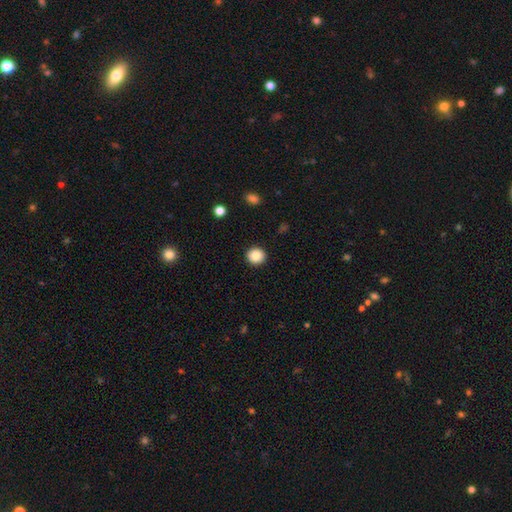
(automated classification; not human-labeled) This is clearly a smooth galaxy (87%). How rounded: clearly round (91%). Merging: clearly none (92%).